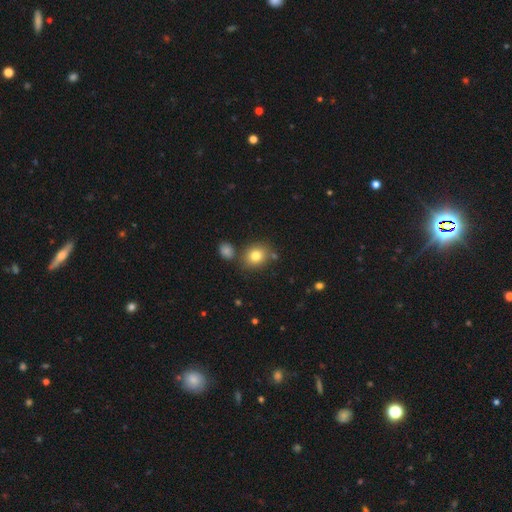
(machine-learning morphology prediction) smooth-or-featured: smooth: 80% | star or artifact: 11% | featured or disk: 9%
  how-rounded: round: 65% | in between: 34% | cigar-shaped: 1%
  merging: none: 74% | minor disturbance: 11% | merger: 11% | major disturbance: 3%